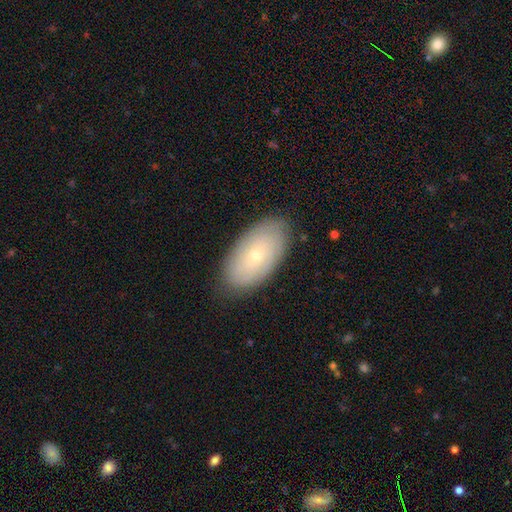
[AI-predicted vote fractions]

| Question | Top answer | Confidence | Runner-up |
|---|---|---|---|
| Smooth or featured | smooth | 54% | featured or disk (38%) |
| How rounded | in between | 94% | round (4%) |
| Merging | none | 84% | minor disturbance (12%) |